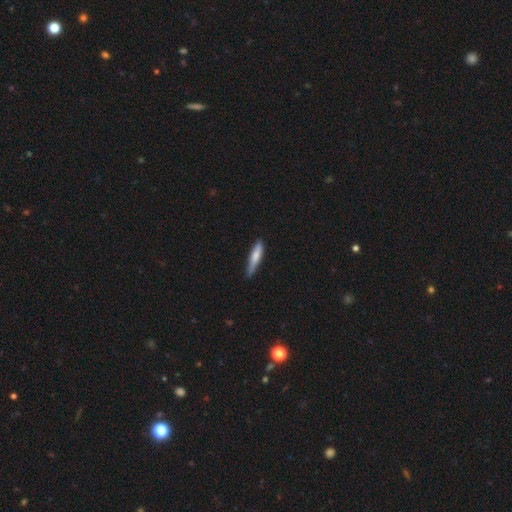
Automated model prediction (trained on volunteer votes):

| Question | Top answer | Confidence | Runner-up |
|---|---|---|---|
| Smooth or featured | smooth | 72% | featured or disk (22%) |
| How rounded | cigar-shaped | 85% | in between (14%) |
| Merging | none | 68% | minor disturbance (26%) |